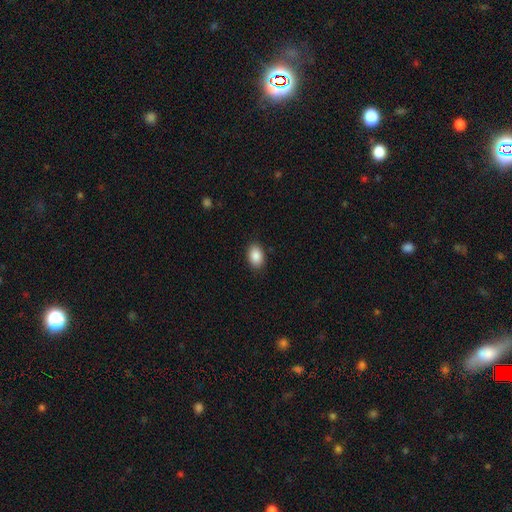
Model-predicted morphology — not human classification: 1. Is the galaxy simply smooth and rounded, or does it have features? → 89% smooth, 7% star or artifact, 4% featured or disk.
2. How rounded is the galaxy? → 88% in between, 11% round, 1% cigar-shaped.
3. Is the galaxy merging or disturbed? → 89% none, 8% minor disturbance, 2% major disturbance, 1% merger.